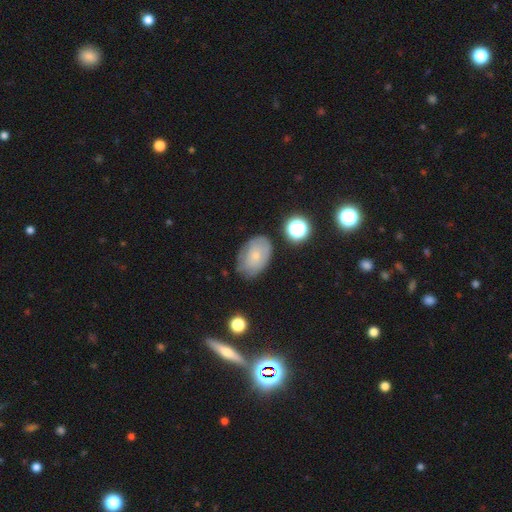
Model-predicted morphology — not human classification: Smooth or featured? Predicted: smooth (p=0.57). How rounded? Predicted: in between (p=0.83). Merging? Predicted: none (p=0.68).